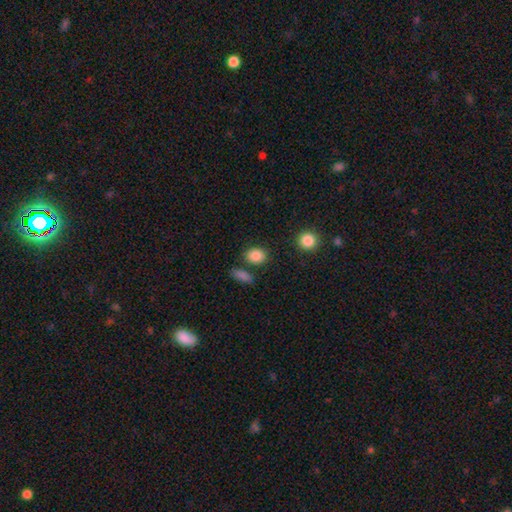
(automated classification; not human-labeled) Smooth or featured? smooth (87%)
How rounded? round (50%)
Merging? none (79%)